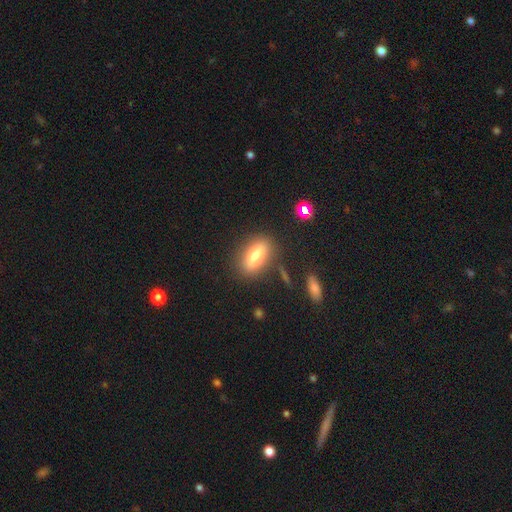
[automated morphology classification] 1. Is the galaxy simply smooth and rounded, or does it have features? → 73% smooth, 18% featured or disk, 9% star or artifact.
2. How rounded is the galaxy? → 77% in between, 17% cigar-shaped, 5% round.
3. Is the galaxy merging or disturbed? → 82% none, 11% minor disturbance, 4% merger, 4% major disturbance.